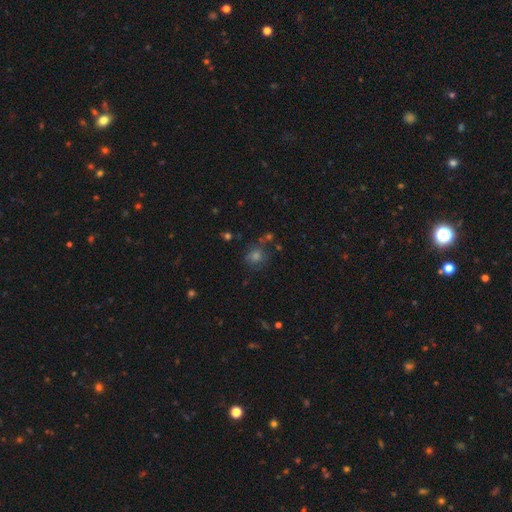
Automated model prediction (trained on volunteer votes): smooth-or-featured: smooth: 57% | star or artifact: 29% | featured or disk: 13%
  how-rounded: round: 81% | in between: 18% | cigar-shaped: 1%
  merging: none: 70% | minor disturbance: 14% | merger: 9% | major disturbance: 6%